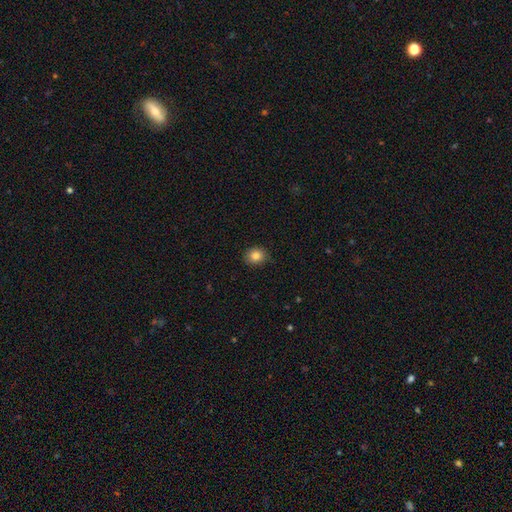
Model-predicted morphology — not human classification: type=smooth (84%); roundness=round (66%); merging=none (87%).